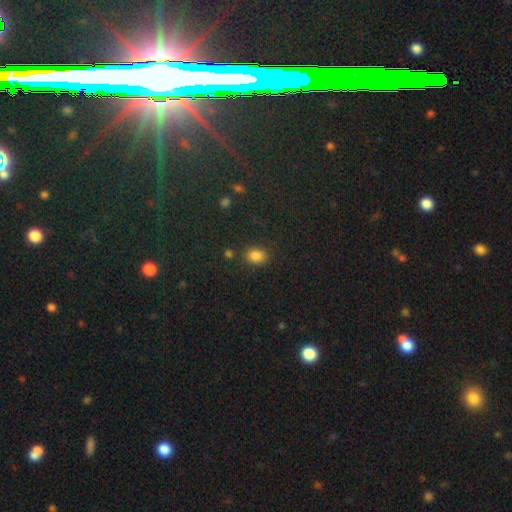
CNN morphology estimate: Smooth or featured?
  - smooth: 83% *
  - star or artifact: 13%
  - featured or disk: 5%
How rounded?
  - in between: 68% *
  - round: 31%
  - cigar-shaped: 1%
Merging?
  - none: 79% *
  - minor disturbance: 13%
  - merger: 4%
  - major disturbance: 4%